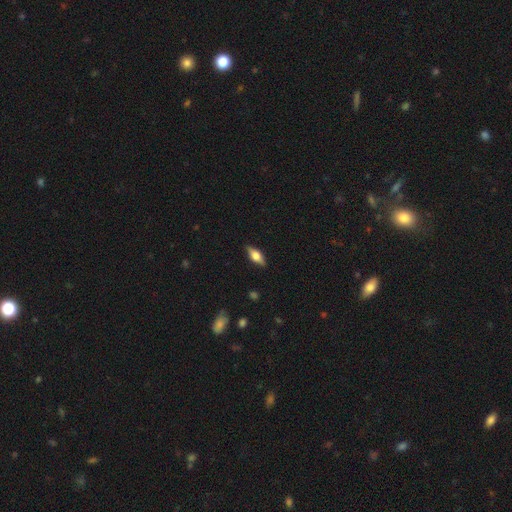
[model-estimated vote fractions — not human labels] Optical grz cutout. It shows a smooth galaxy with no disk features (52%) that is in between round and cigar-shaped (72%). Merging: none (87%).